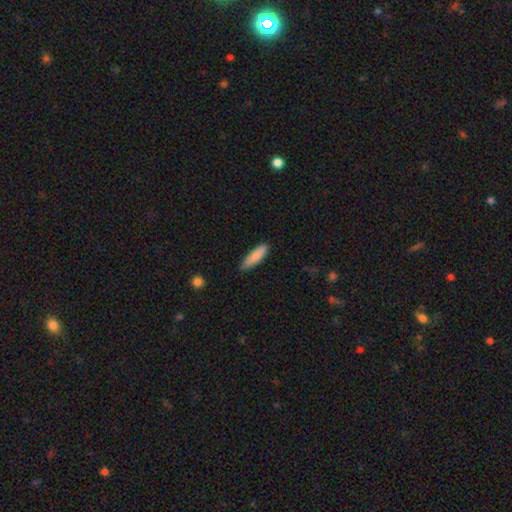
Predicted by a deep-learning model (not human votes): Smooth or featured?
  - smooth: 85% *
  - featured or disk: 10%
  - star or artifact: 6%
How rounded?
  - cigar-shaped: 62% *
  - in between: 37%
  - round: 1%
Merging?
  - none: 83% *
  - minor disturbance: 14%
  - major disturbance: 2%
  - merger: 1%